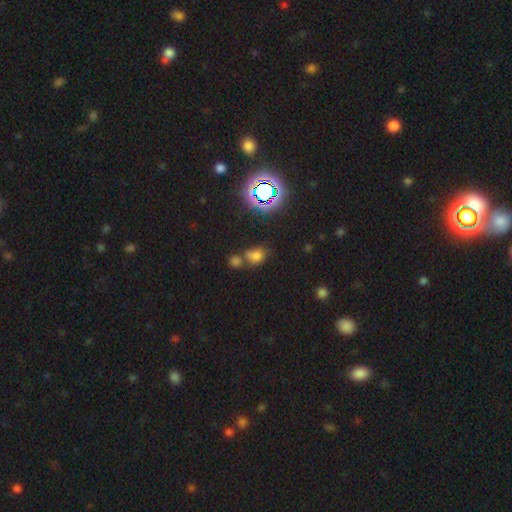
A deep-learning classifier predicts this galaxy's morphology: smooth_or_featured: smooth (p=0.61) [alt: star or artifact p=0.31]
how_rounded: round (p=0.51) [alt: in between p=0.47]
merging: none (p=0.50) [alt: merger p=0.32]